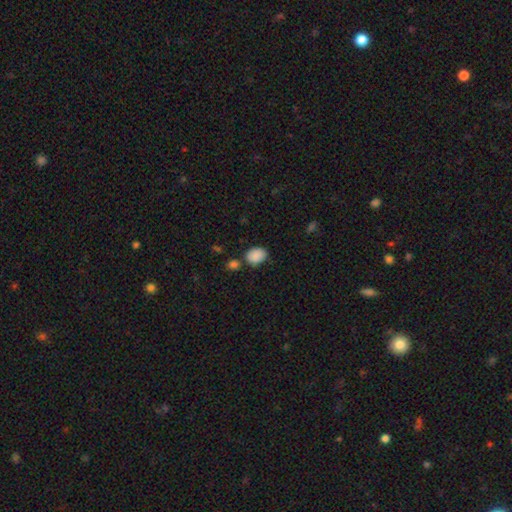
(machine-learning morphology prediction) smooth 88%, star or artifact 8%, featured or disk 4%. Down the decision tree: how rounded — in between (68%); merging — none (68%).